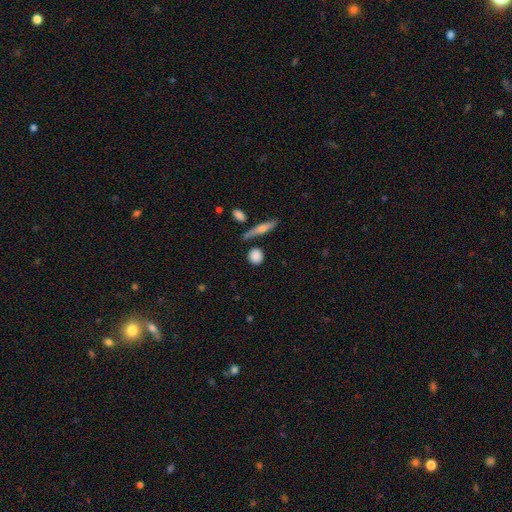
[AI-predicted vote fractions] A smooth galaxy with no disk features (83%) that is round (80%).

Vote fractions:
- Smooth or featured? smooth: 83% / featured or disk: 9% / star or artifact: 8%
- How rounded? round: 80% / in between: 14% / cigar-shaped: 5%
- Merging? none: 79% / minor disturbance: 11% / merger: 7% / major disturbance: 3%